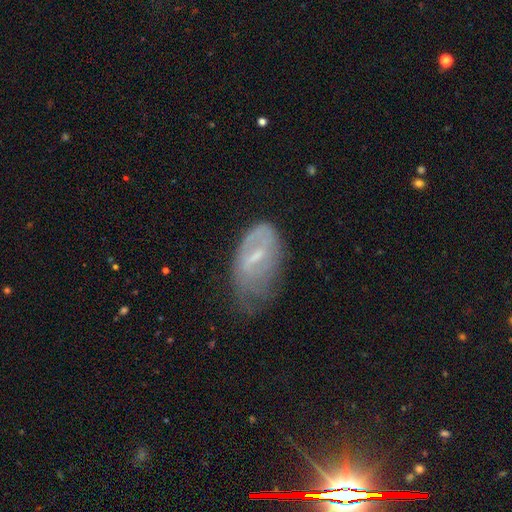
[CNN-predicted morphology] smooth_or_featured: featured or disk (p=0.54) [alt: smooth p=0.36]
disk_edge_on: no (p=0.91) [alt: yes p=0.09]
merging: minor disturbance (p=0.40) [alt: none p=0.32]